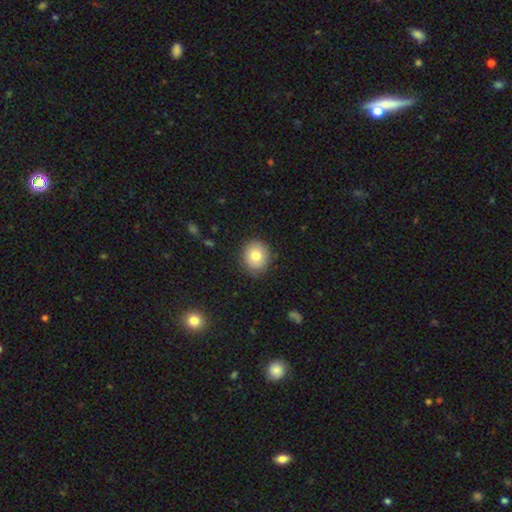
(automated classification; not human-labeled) Overall: smooth (79%). How rounded: round (79%). Merging: none (87%).